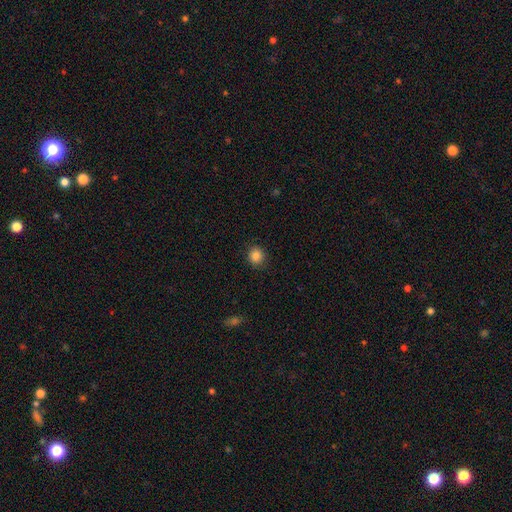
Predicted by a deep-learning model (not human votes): A smooth galaxy with no disk features (85%) that is round (86%). Merging: none (89%).